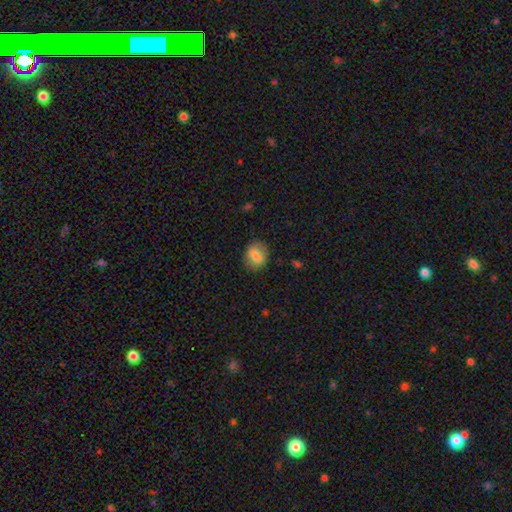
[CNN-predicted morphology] A smooth galaxy with no disk features (77%) that is round (54%).

Vote fractions:
- Smooth or featured? smooth: 77% / featured or disk: 15% / star or artifact: 8%
- How rounded? round: 54% / in between: 45% / cigar-shaped: 1%
- Merging? none: 82% / minor disturbance: 13% / major disturbance: 4% / merger: 1%